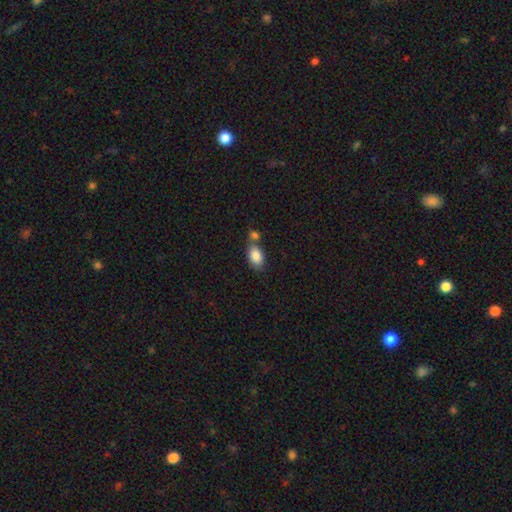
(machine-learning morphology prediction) This is clearly a smooth galaxy (86%). How rounded: clearly in between (87%). Merging: possibly none (49%).